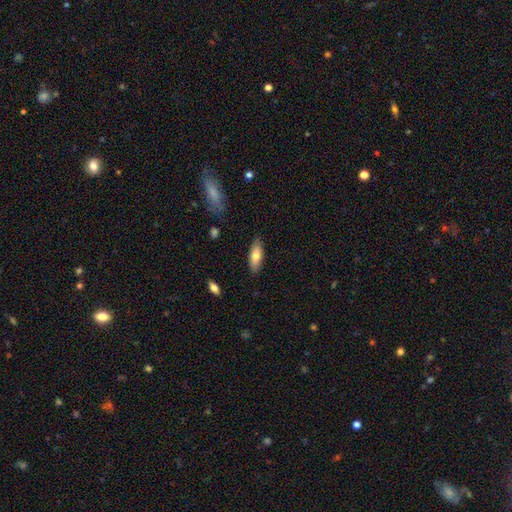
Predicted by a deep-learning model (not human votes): Smooth or featured? smooth (72%)
How rounded? in between (62%)
Merging? none (85%)